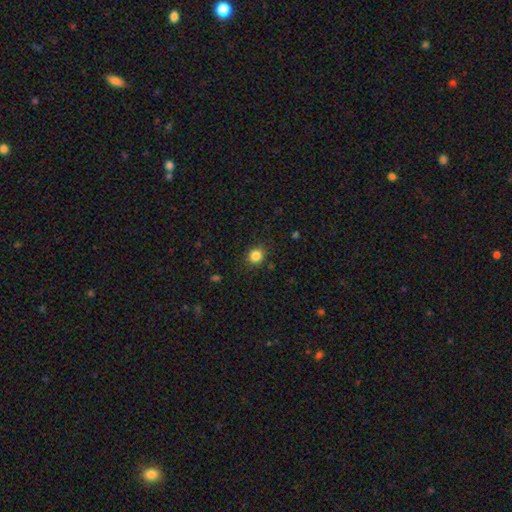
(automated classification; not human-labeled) Q: Smooth or featured?
A: smooth (85%); runner-up: star or artifact (11%)
Q: How rounded?
A: round (84%); runner-up: in between (15%)
Q: Merging?
A: none (88%); runner-up: minor disturbance (9%)